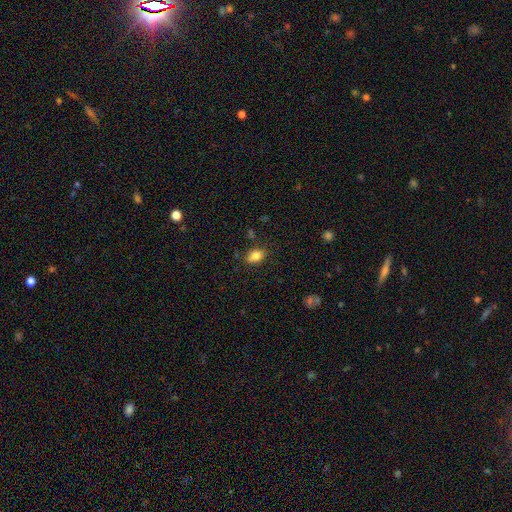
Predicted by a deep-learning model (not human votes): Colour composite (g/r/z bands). It shows a smooth galaxy with no disk features (82%) that is in between round and cigar-shaped (79%). Merging: none (78%).